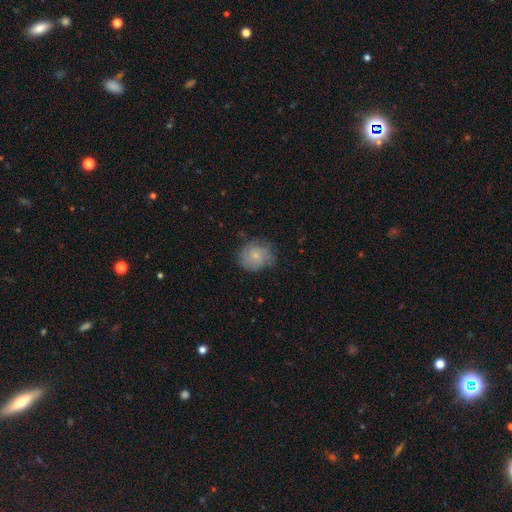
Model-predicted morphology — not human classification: Smooth or featured: smooth — 58% (featured or disk — 33%)
How rounded: round — 78% (in between — 21%)
Merging: none — 66% (minor disturbance — 25%)